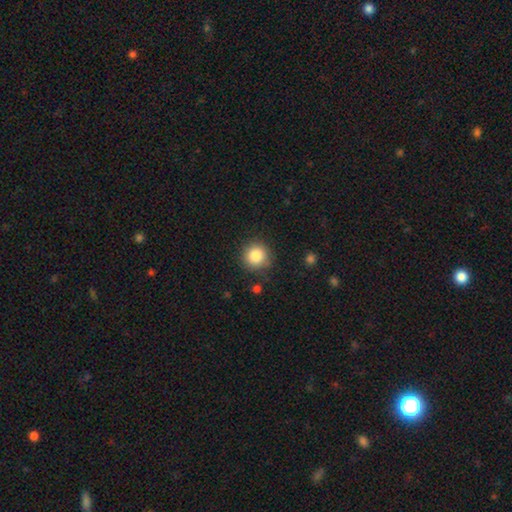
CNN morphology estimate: This appears to be a smooth galaxy with no disk features (85%) that is round (94%). Merging: none (86%).